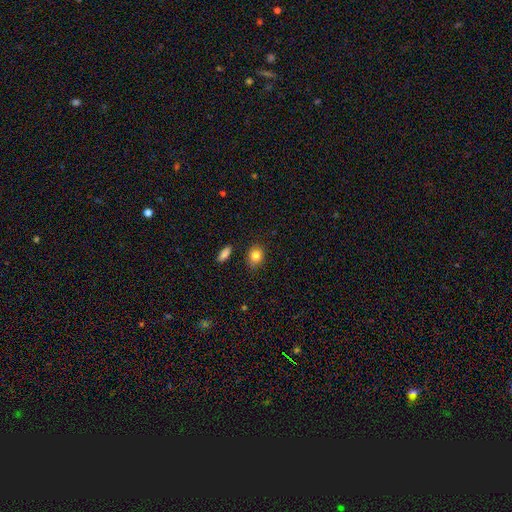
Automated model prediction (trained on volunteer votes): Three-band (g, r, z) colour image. It shows a smooth galaxy with no disk features (83%) that is round (59%). Merging: none (82%).